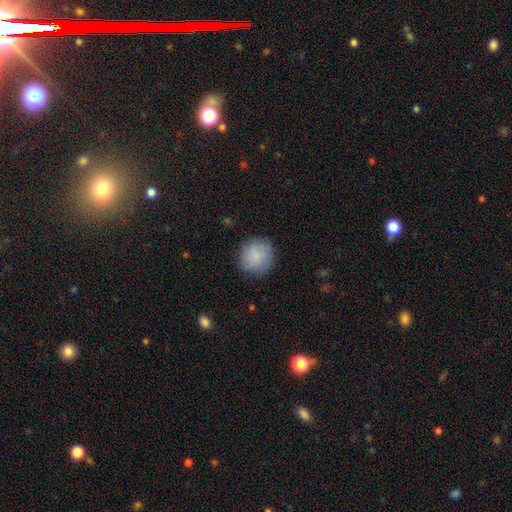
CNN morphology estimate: type=smooth (85%); roundness=round (88%); merging=none (83%).